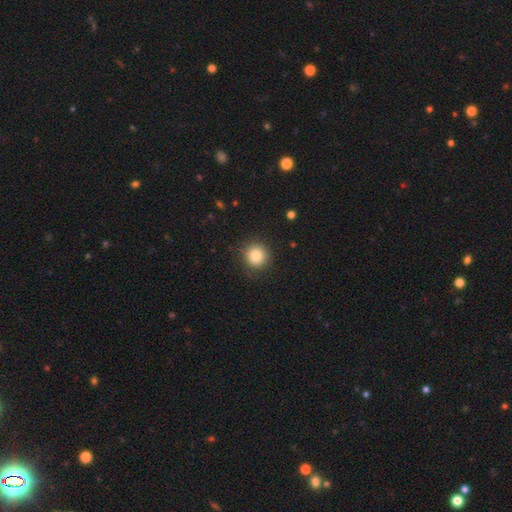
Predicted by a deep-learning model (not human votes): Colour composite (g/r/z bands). It shows a smooth galaxy with no disk features (84%) that is round (93%). Merging: none (88%).